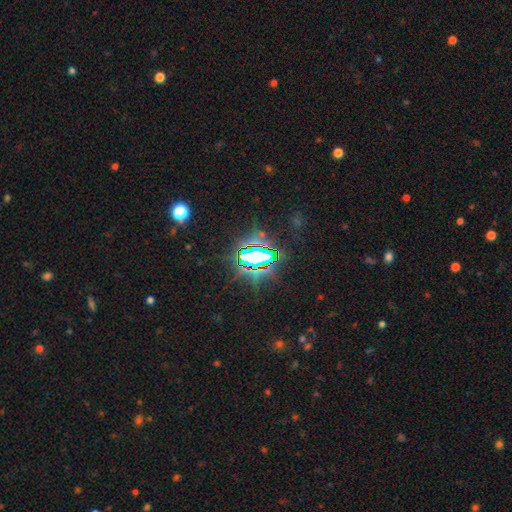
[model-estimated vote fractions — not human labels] This is likely a star or artifact rather than a galaxy (78%).